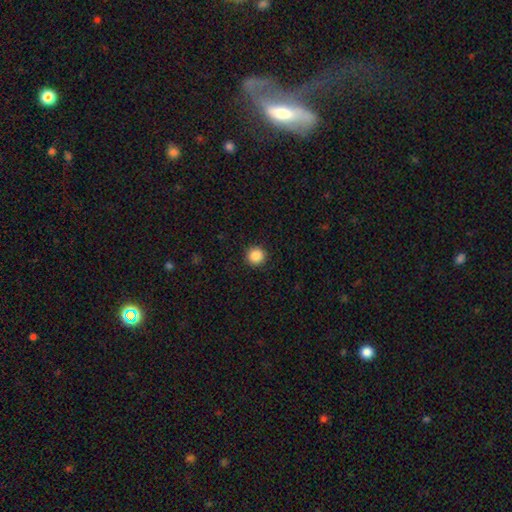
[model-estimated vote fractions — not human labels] Smooth or featured? smooth (88%)
How rounded? round (95%)
Merging? none (92%)